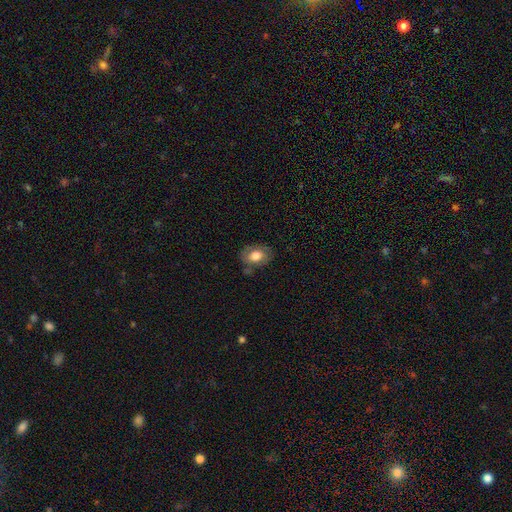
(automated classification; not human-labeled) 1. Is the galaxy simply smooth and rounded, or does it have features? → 73% smooth, 19% featured or disk, 8% star or artifact.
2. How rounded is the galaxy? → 73% in between, 26% round, 1% cigar-shaped.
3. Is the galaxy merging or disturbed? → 70% none, 20% minor disturbance, 5% major disturbance, 4% merger.